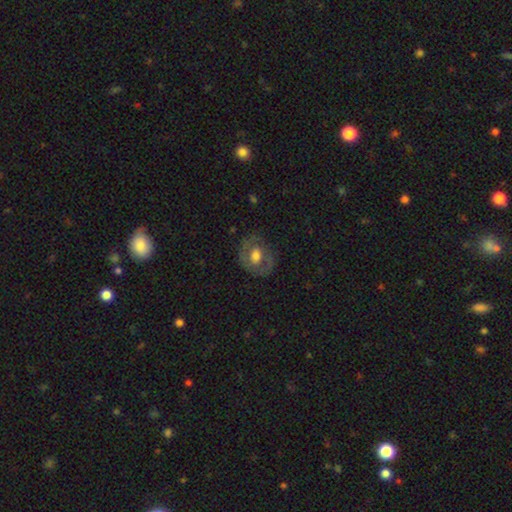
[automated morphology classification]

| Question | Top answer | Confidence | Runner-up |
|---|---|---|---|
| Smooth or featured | featured or disk | 55% | smooth (37%) |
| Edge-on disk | no | 96% | yes (4%) |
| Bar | no | 66% | weak (27%) |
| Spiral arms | no | 54% | yes (46%) |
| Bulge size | moderate | 56% | large (33%) |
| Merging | none | 74% | minor disturbance (17%) |